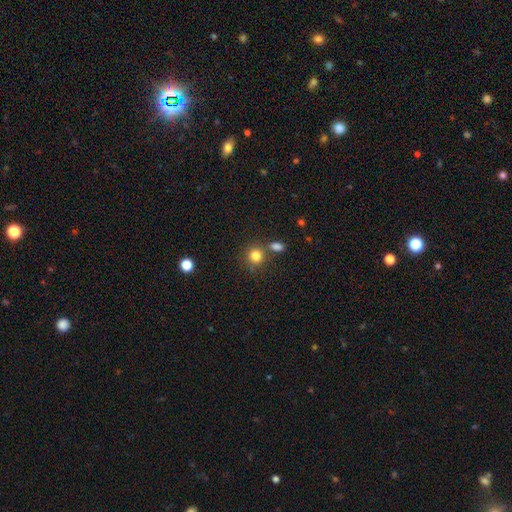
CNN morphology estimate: The model was most divided on "merging": none: 68%, merger: 18%, minor disturbance: 10%, major disturbance: 4%. More confident: how rounded — round (86%); smooth or featured — smooth (81%).